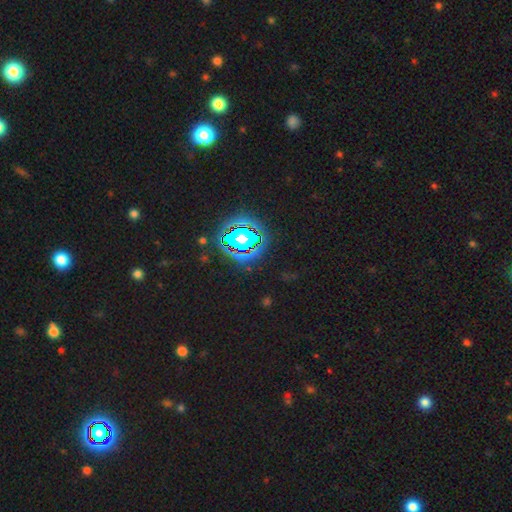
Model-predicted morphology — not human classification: Smooth or featured: star or artifact — 84% (smooth — 10%)